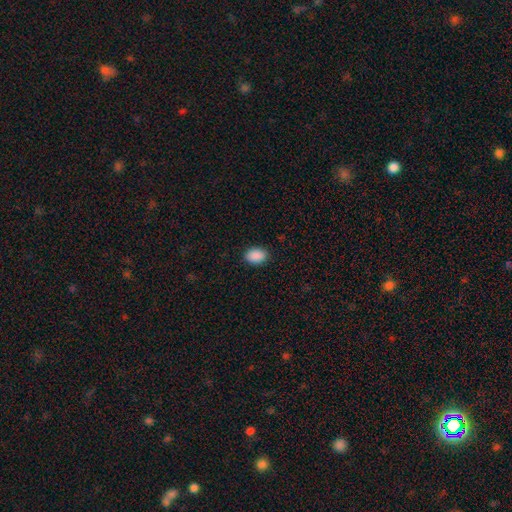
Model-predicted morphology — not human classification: smooth_or_featured: smooth (p=0.90) [alt: star or artifact p=0.07]
how_rounded: in between (p=0.80) [alt: round p=0.19]
merging: none (p=0.88) [alt: minor disturbance p=0.08]